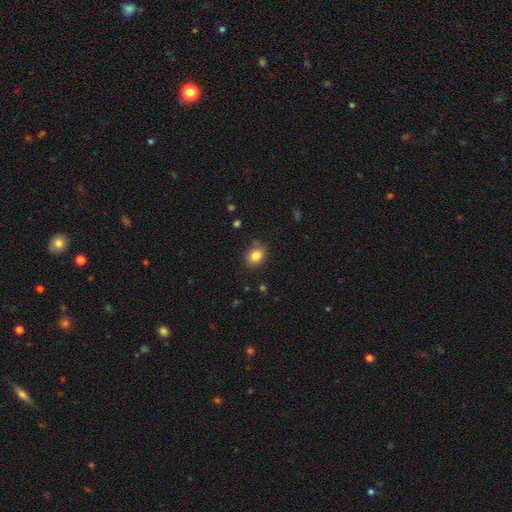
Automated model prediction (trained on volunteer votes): Smooth or featured: smooth — 83% (star or artifact — 10%)
How rounded: in between — 53% (round — 46%)
Merging: none — 80% (minor disturbance — 14%)